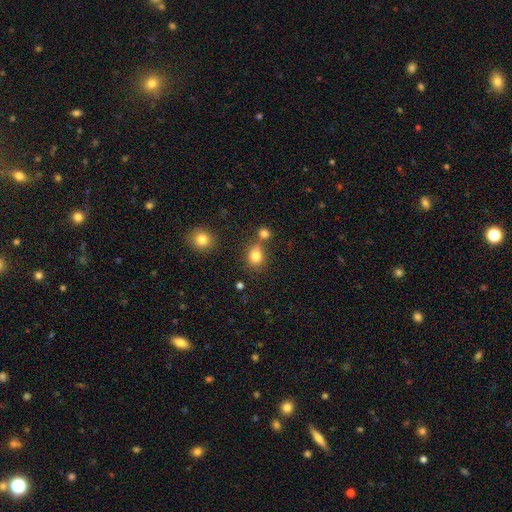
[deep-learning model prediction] Smooth or featured: smooth — 81% (star or artifact — 12%)
How rounded: round — 54% (in between — 44%)
Merging: none — 60% (merger — 22%)